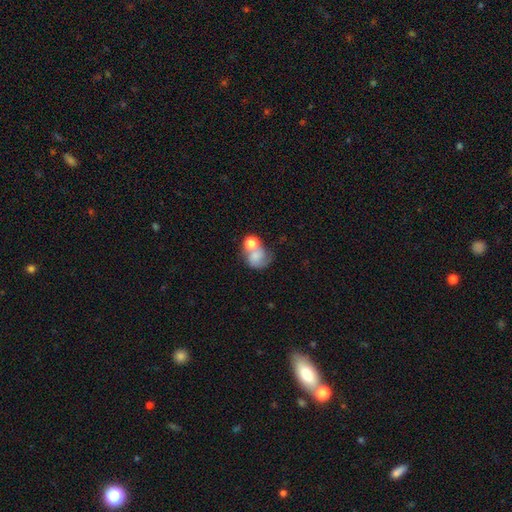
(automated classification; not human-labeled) Smooth or featured: smooth — 62% (featured or disk — 28%)
How rounded: round — 64% (in between — 35%)
Merging: merger — 47% (none — 25%)